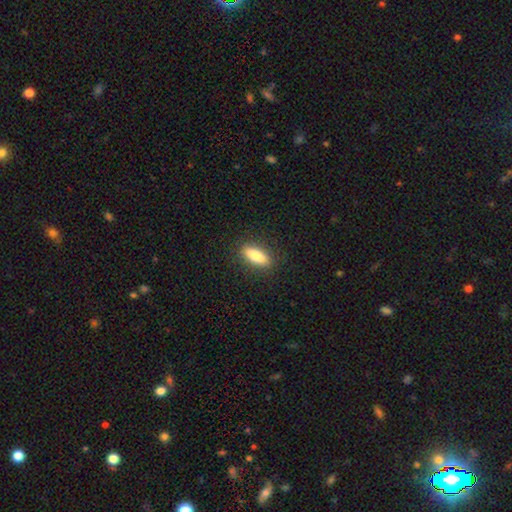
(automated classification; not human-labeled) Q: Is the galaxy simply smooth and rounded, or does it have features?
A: smooth — 77%.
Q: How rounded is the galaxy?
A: in between — 63%.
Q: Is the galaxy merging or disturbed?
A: none — 88%.